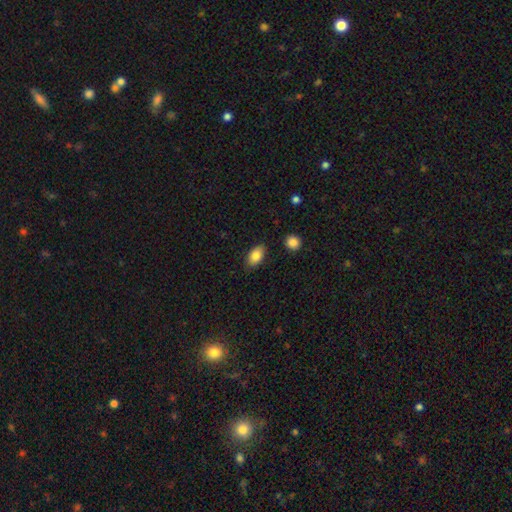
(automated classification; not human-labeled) A smooth galaxy with no disk features (85%) that is in between round and cigar-shaped (91%). Merging: none (85%).